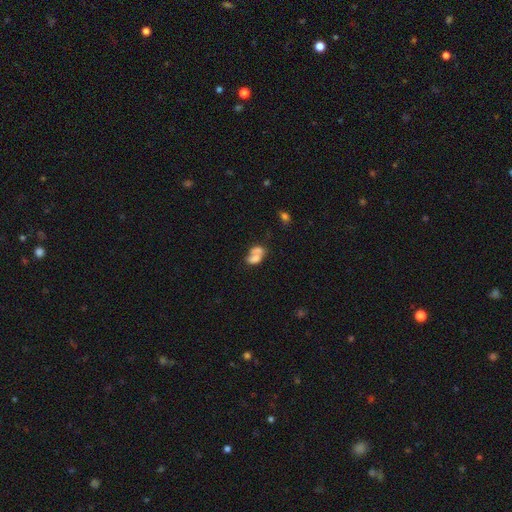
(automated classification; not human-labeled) smooth_or_featured: smooth (p=0.59) [alt: featured or disk p=0.30]
how_rounded: in between (p=0.79) [alt: round p=0.18]
merging: merger (p=0.57) [alt: none p=0.21]